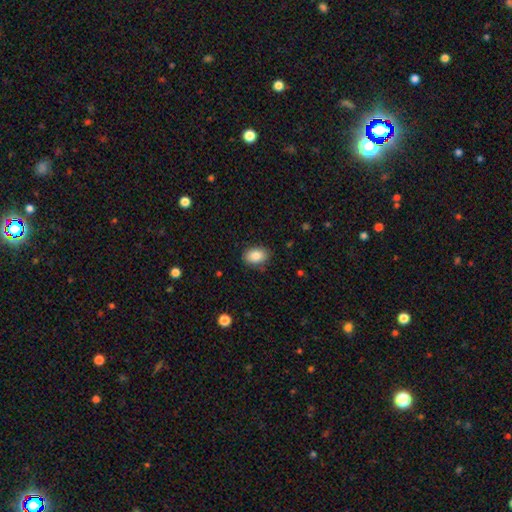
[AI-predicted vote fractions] smooth 86%, star or artifact 8%, featured or disk 6%. Down the decision tree: how rounded — in between (80%); merging — none (86%).